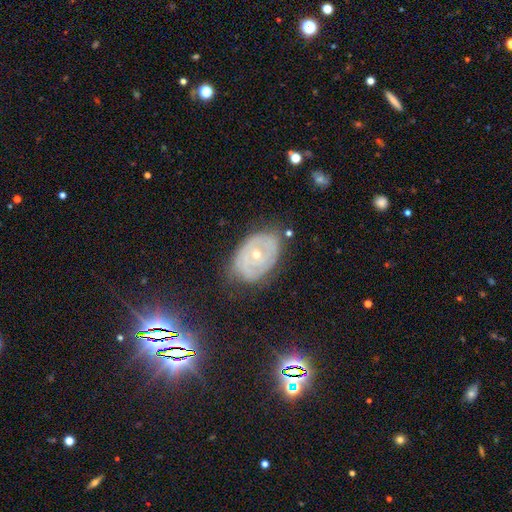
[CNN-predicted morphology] The model was most divided on "bulge size": small: 57%, moderate: 40%, large: 1%, none: 1%, dominant: 1%. More confident: edge-on disk — no (95%); bar — no (80%); smooth or featured — featured or disk (72%); merging — none (71%); spiral arms — yes (67%).